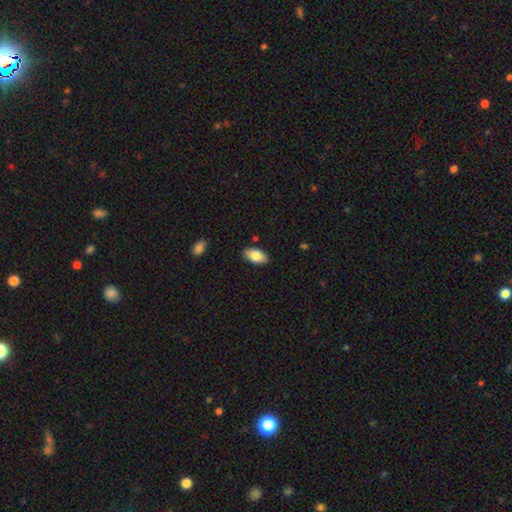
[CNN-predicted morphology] smooth_or_featured: smooth (p=0.81) [alt: featured or disk p=0.12]
how_rounded: in between (p=0.94) [alt: round p=0.03]
merging: none (p=0.86) [alt: minor disturbance p=0.11]